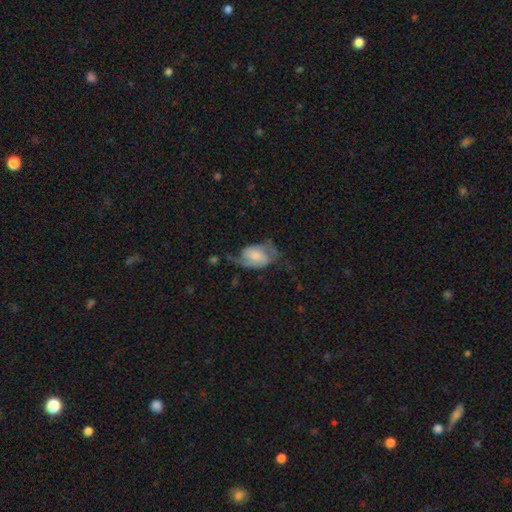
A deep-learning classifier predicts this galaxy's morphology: Q: Smooth or featured?
A: featured or disk (68%); runner-up: smooth (25%)
Q: Edge-on disk?
A: no (96%); runner-up: yes (4%)
Q: Bar?
A: no (49%); runner-up: weak (40%)
Q: Spiral arms?
A: yes (90%); runner-up: no (10%)
Q: Spiral winding?
A: loose (44%); runner-up: medium (41%)
Q: Spiral arm count?
A: 2 (80%); runner-up: 1 (10%)
Q: Bulge size?
A: moderate (35%); runner-up: small (32%)
Q: Merging?
A: none (45%); runner-up: major disturbance (27%)